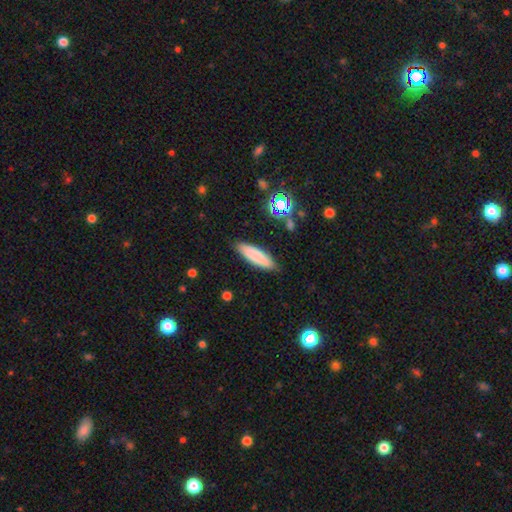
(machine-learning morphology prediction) This is clearly a smooth galaxy (82%). How rounded: possibly cigar-shaped (58%). Merging: clearly none (87%).